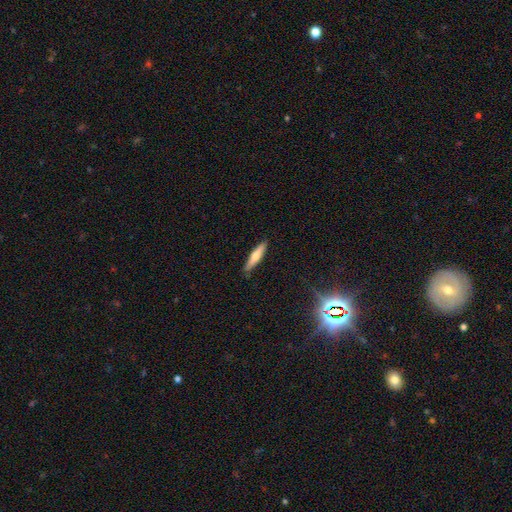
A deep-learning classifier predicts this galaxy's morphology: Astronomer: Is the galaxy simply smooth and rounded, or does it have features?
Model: smooth — 61%.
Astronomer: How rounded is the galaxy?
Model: cigar-shaped — 86%.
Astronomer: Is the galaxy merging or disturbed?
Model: none — 88%.